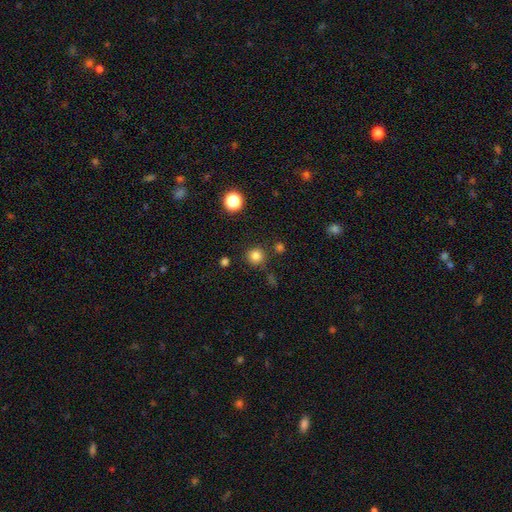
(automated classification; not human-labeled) smooth 81%, star or artifact 14%, featured or disk 5%. Down the decision tree: how rounded — round (94%); merging — none (85%).